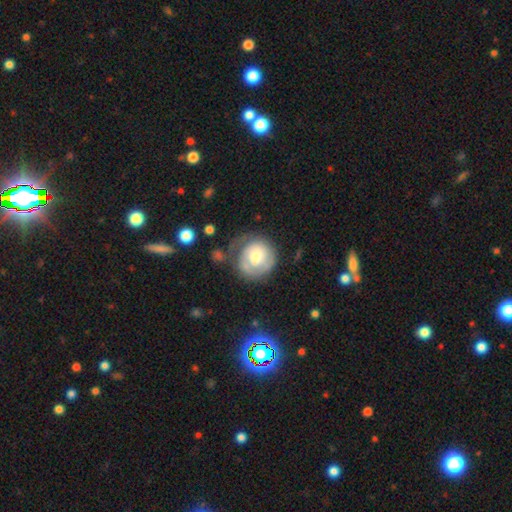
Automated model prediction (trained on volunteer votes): Smooth or featured?
  - smooth: 47% *
  - featured or disk: 46%
  - star or artifact: 7%
Merging?
  - none: 45% *
  - minor disturbance: 27%
  - major disturbance: 22%
  - merger: 6%